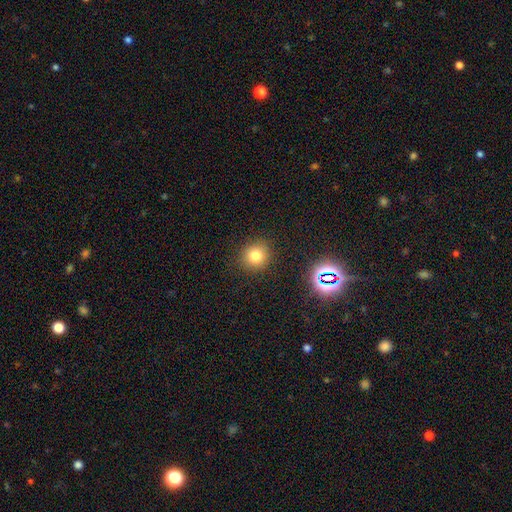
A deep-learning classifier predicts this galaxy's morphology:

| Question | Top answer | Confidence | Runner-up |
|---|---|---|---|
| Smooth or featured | smooth | 76% | star or artifact (16%) |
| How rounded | round | 88% | in between (11%) |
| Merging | none | 89% | minor disturbance (7%) |